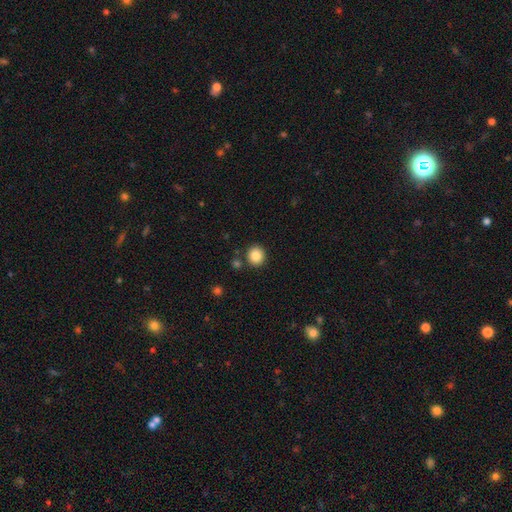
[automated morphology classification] The model was most divided on "smooth or featured": smooth: 86%, star or artifact: 9%, featured or disk: 5%. More confident: how rounded — round (89%); merging — none (87%).